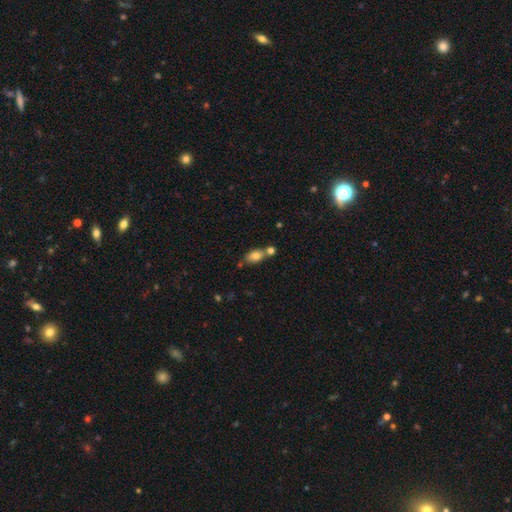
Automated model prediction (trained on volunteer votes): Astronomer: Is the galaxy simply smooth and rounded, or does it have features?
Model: smooth — 77%.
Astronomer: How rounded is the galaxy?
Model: in between — 83%.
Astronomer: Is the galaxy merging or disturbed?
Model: none — 53% (runner-up: merger, 31%).